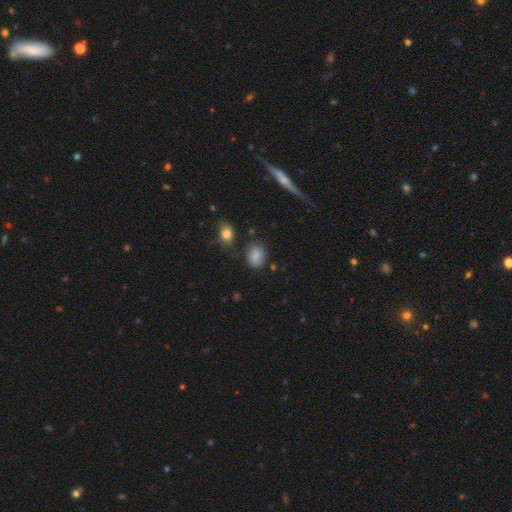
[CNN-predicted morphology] smooth 81%, star or artifact 10%, featured or disk 9%. Down the decision tree: how rounded — in between (63%); merging — none (68%).